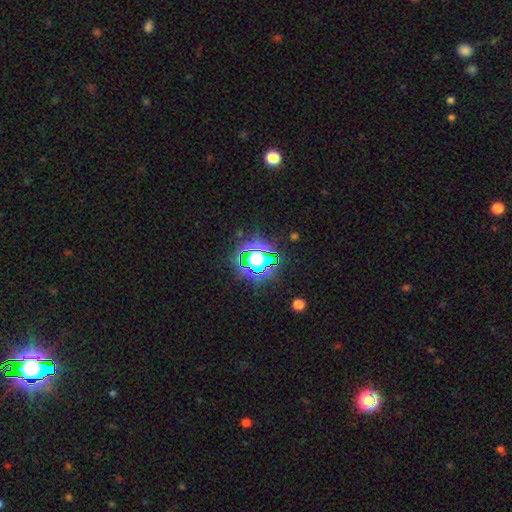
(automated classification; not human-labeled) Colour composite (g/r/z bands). It shows a star or artifact, not a galaxy (65%).